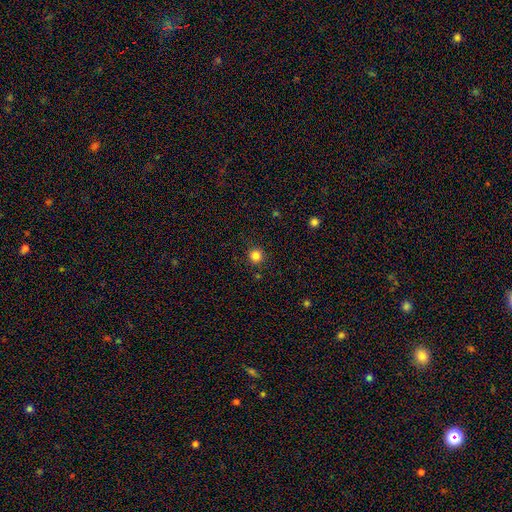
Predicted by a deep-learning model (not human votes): This appears to be a smooth galaxy with no disk features (84%) that is round (95%). Merging: none (91%).